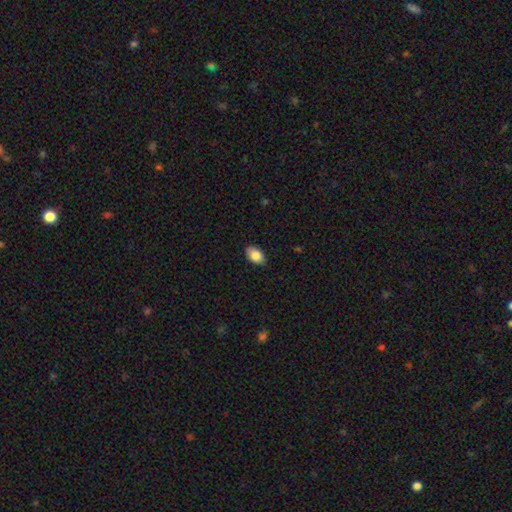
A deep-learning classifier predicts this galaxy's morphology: Overall: smooth (85%). How rounded: in between (90%). Merging: none (85%).